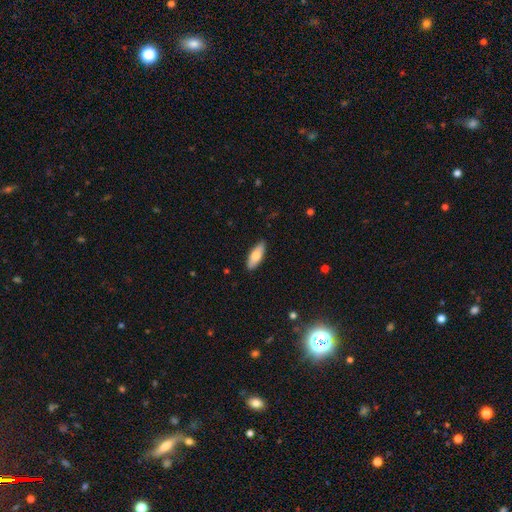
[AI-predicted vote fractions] Morphology: type=smooth (72%); roundness=in between (70%); merging=none (88%).